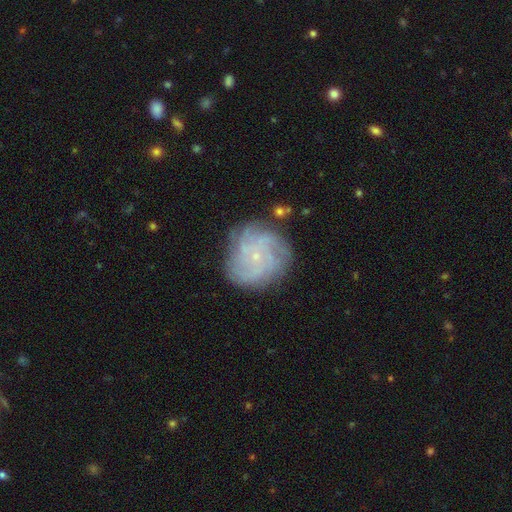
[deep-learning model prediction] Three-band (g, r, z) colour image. It shows a featured or disk galaxy (76%) with no bar (79%), 4 (28%, tied with can't tell) tight (63%) spiral arms (94%) and a small central bulge (86%). Merging: none (78%).